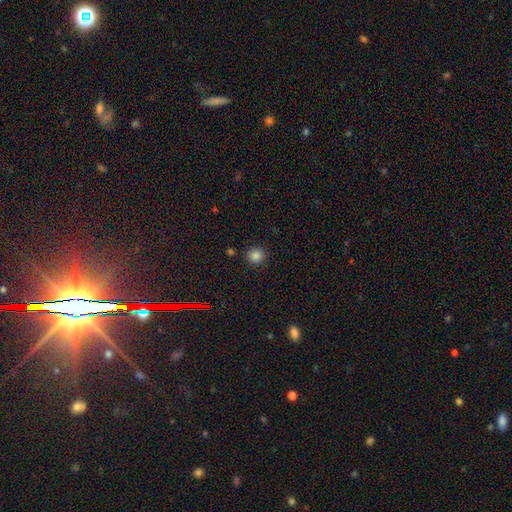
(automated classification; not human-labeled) A smooth galaxy with no disk features (84%) that is round (91%).

Vote fractions:
- Smooth or featured? smooth: 84% / star or artifact: 12% / featured or disk: 4%
- How rounded? round: 91% / in between: 8% / cigar-shaped: 1%
- Merging? none: 90% / minor disturbance: 6% / major disturbance: 2% / merger: 2%